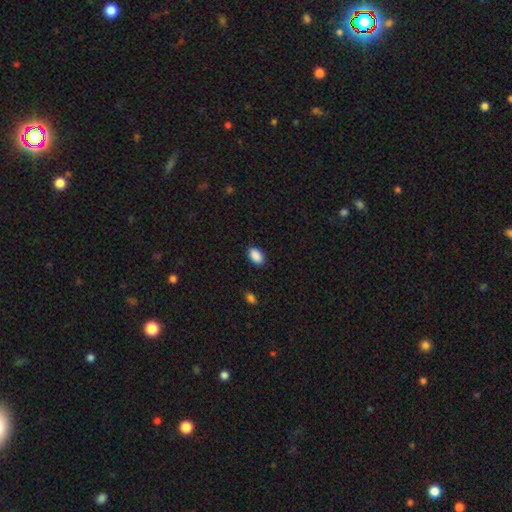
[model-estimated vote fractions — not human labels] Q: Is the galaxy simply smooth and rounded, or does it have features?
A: smooth — 90%.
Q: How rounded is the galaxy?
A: in between — 92%.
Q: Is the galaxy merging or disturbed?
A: none — 87%.